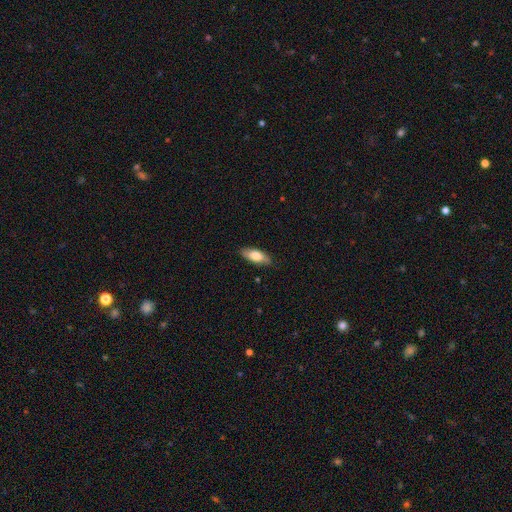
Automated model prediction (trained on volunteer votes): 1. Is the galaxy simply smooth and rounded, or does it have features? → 76% smooth, 18% featured or disk, 6% star or artifact.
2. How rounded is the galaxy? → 79% in between, 19% cigar-shaped, 2% round.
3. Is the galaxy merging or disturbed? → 84% none, 13% minor disturbance, 2% major disturbance, 1% merger.